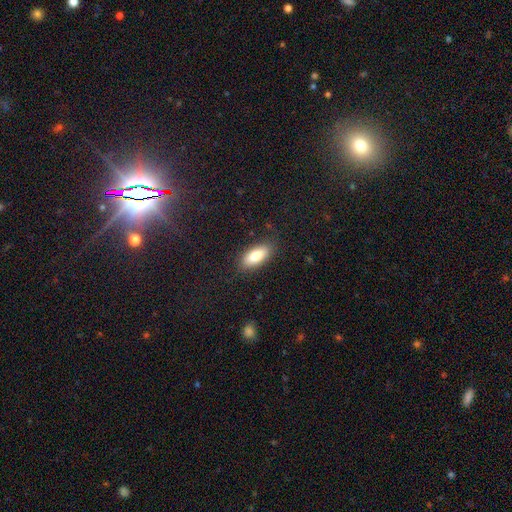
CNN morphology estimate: Smooth or featured? Predicted: smooth (p=0.81). How rounded? Predicted: in between (p=0.85). Merging? Predicted: none (p=0.85).